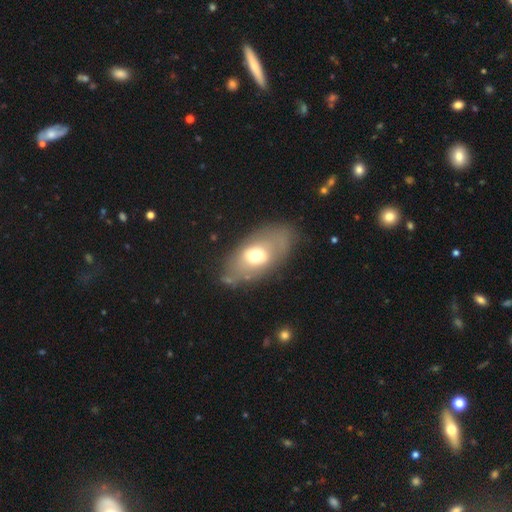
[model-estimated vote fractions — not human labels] Q: Smooth or featured?
A: smooth (54%); runner-up: featured or disk (37%)
Q: How rounded?
A: in between (88%); runner-up: round (8%)
Q: Merging?
A: none (69%); runner-up: minor disturbance (18%)